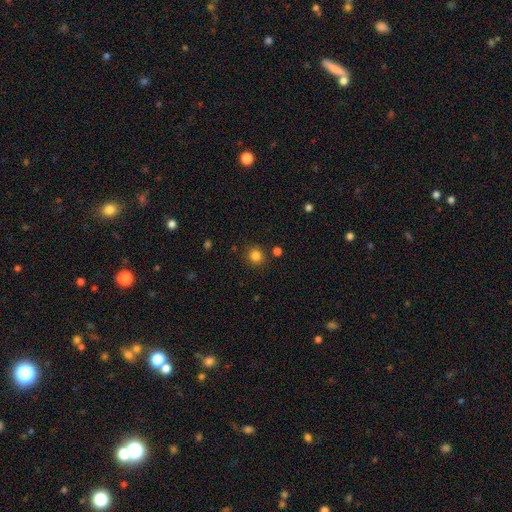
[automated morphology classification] smooth 83%, star or artifact 12%, featured or disk 5%. Down the decision tree: how rounded — round (91%); merging — none (86%).